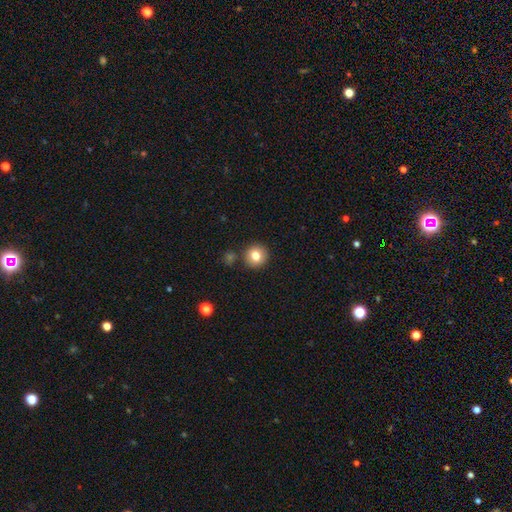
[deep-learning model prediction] This appears to be a smooth galaxy with no disk features (80%) that is round (92%). Merging: none (86%).